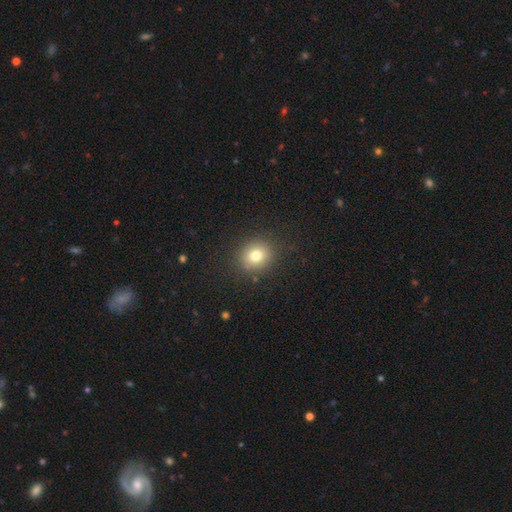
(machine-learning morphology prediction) Q: Smooth or featured?
A: smooth (78%); runner-up: star or artifact (13%)
Q: How rounded?
A: round (77%); runner-up: in between (22%)
Q: Merging?
A: none (87%); runner-up: minor disturbance (8%)